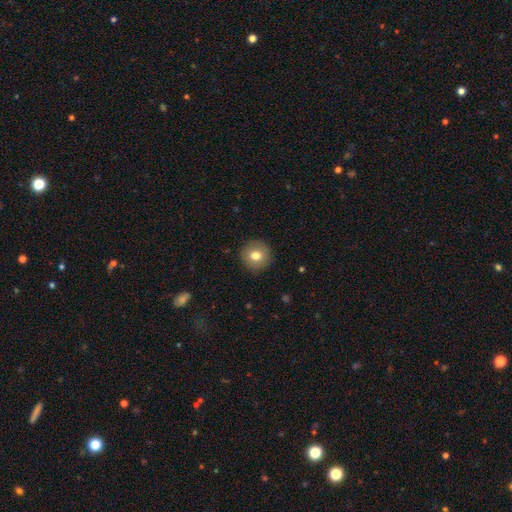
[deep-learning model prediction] Smooth or featured?
  - smooth: 77% *
  - featured or disk: 14%
  - star or artifact: 9%
How rounded?
  - round: 94% *
  - in between: 5%
  - cigar-shaped: 1%
Merging?
  - none: 91% *
  - minor disturbance: 6%
  - major disturbance: 2%
  - merger: 1%